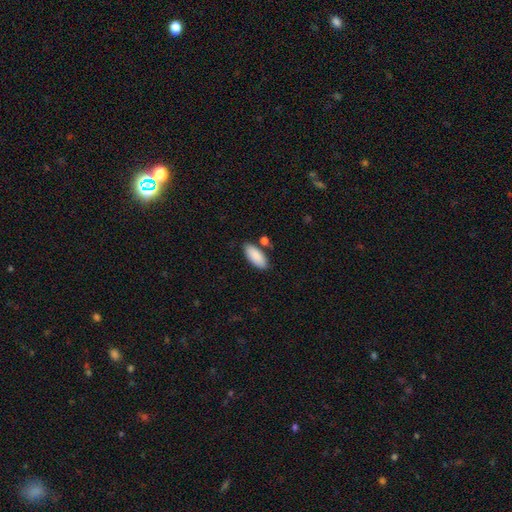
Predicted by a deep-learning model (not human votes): This appears to be a smooth galaxy with no disk features (90%) that is in between round and cigar-shaped (87%). Merging: none (79%).